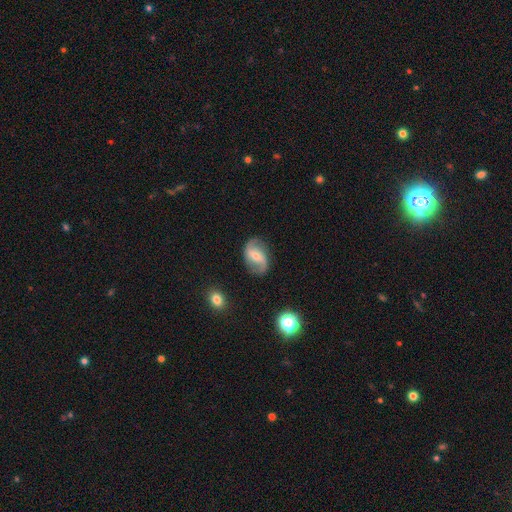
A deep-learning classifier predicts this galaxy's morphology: A featured or disk galaxy (78%) with a weak bar (45%), 2 (91%) loose (52%) spiral arms (93%) and a small central bulge (54%).

Vote fractions:
- Smooth or featured? featured or disk: 78% / smooth: 15% / star or artifact: 7%
- Edge-on disk? no: 97% / yes: 3%
- Bar? weak: 45% / strong: 29% / no: 27%
- Spiral arms? yes: 93% / no: 7%
- Spiral winding? loose: 52% / medium: 35% / tight: 12%
- Spiral arm count? 2: 91% / can't tell: 4% / 1: 2% / 3: 1% / 4: 1% / more than 4: 1%
- Bulge size? small: 54% / moderate: 41% / none: 2% / large: 2% / dominant: 1%
- Merging? none: 79% / minor disturbance: 14% / major disturbance: 5% / merger: 1%